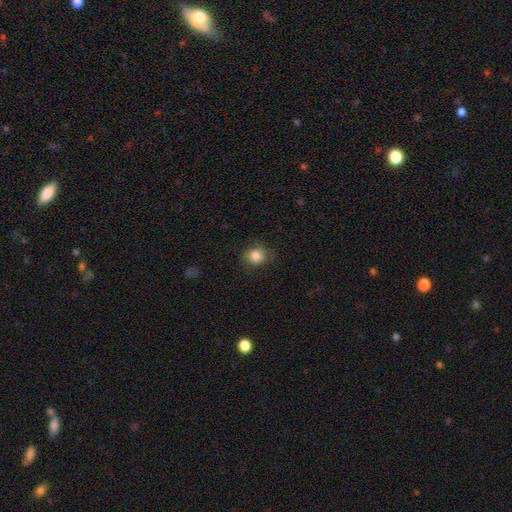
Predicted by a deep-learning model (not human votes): Q: Smooth or featured?
A: smooth (85%); runner-up: star or artifact (10%)
Q: How rounded?
A: round (76%); runner-up: in between (23%)
Q: Merging?
A: none (81%); runner-up: minor disturbance (14%)